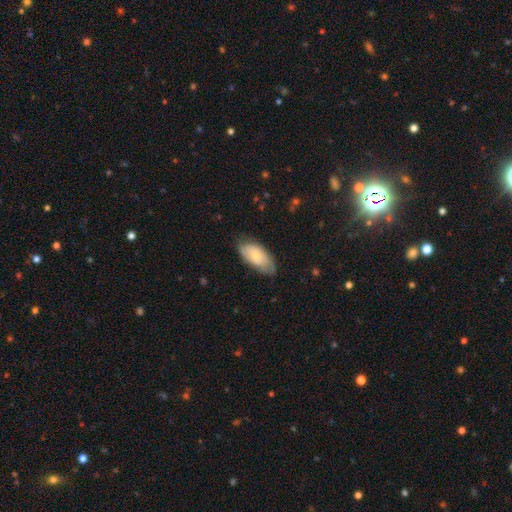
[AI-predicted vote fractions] A smooth galaxy with no disk features (62%) that is in between round and cigar-shaped (92%).

Vote fractions:
- Smooth or featured? smooth: 62% / featured or disk: 32% / star or artifact: 6%
- How rounded? in between: 92% / cigar-shaped: 5% / round: 3%
- Merging? none: 69% / minor disturbance: 24% / major disturbance: 6% / merger: 1%